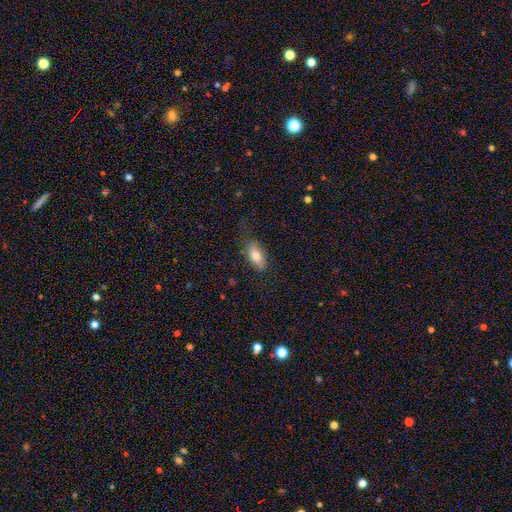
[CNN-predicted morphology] Q: Smooth or featured?
A: smooth (80%); runner-up: featured or disk (12%)
Q: How rounded?
A: in between (90%); runner-up: cigar-shaped (7%)
Q: Merging?
A: none (76%); runner-up: minor disturbance (18%)